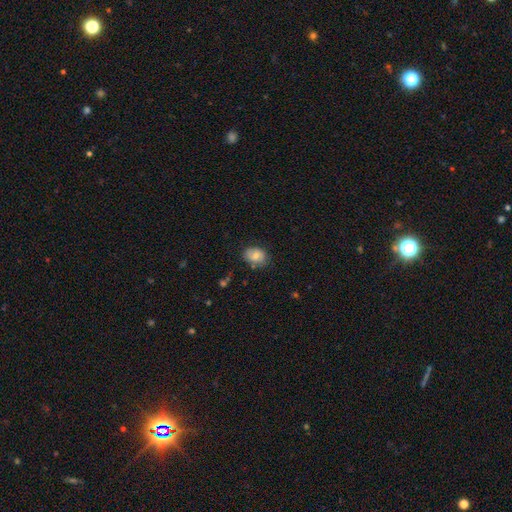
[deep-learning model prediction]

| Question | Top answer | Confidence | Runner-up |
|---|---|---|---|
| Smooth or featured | smooth | 72% | featured or disk (19%) |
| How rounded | in between | 60% | round (39%) |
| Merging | none | 73% | minor disturbance (21%) |